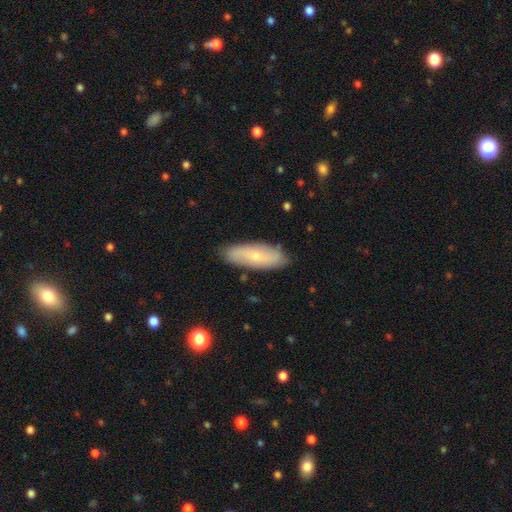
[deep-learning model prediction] Morphology: type=smooth (51%); roundness=in between (64%); merging=none (84%).